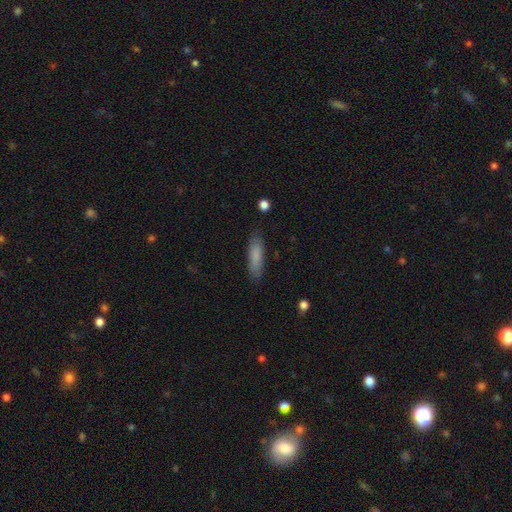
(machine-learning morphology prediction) Q: Smooth or featured?
A: smooth (83%); runner-up: featured or disk (11%)
Q: How rounded?
A: cigar-shaped (62%); runner-up: in between (36%)
Q: Merging?
A: none (84%); runner-up: minor disturbance (12%)